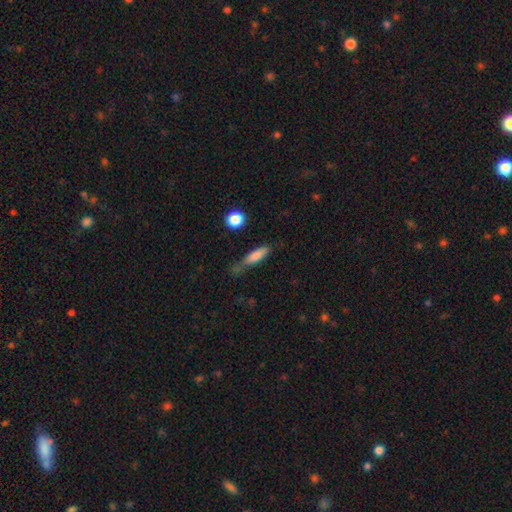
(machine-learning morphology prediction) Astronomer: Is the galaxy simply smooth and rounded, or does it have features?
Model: smooth — 77%.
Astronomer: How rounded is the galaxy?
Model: cigar-shaped — 65%.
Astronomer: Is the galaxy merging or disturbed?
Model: none — 54%.